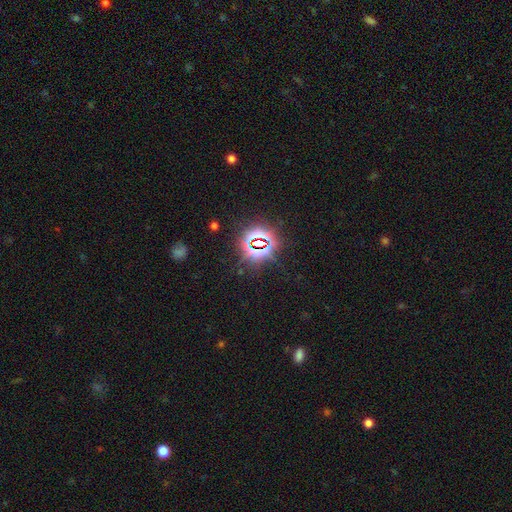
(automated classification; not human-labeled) Morphology: type=star or artifact (79%).